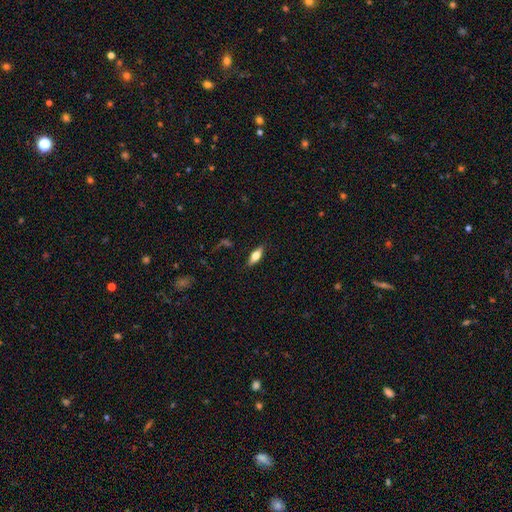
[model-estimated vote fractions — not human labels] smooth 59%, featured or disk 34%, star or artifact 7%. Down the decision tree: how rounded — in between (70%); merging — none (87%).